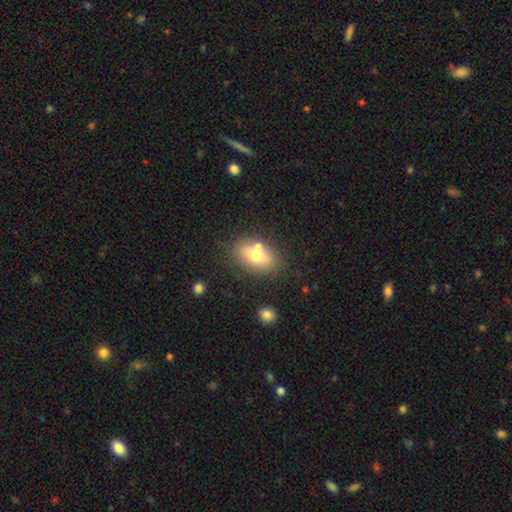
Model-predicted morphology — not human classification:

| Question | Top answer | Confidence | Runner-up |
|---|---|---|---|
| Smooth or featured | smooth | 65% | featured or disk (24%) |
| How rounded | in between | 81% | round (16%) |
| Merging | none | 63% | merger (21%) |